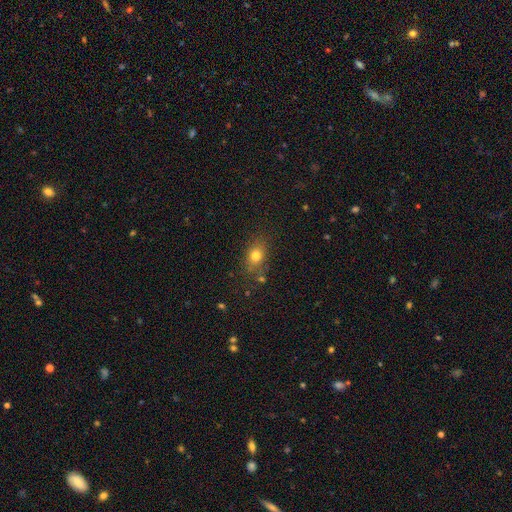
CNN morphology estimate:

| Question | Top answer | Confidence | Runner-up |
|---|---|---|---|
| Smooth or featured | smooth | 77% | star or artifact (13%) |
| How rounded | in between | 62% | round (35%) |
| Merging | none | 74% | minor disturbance (16%) |